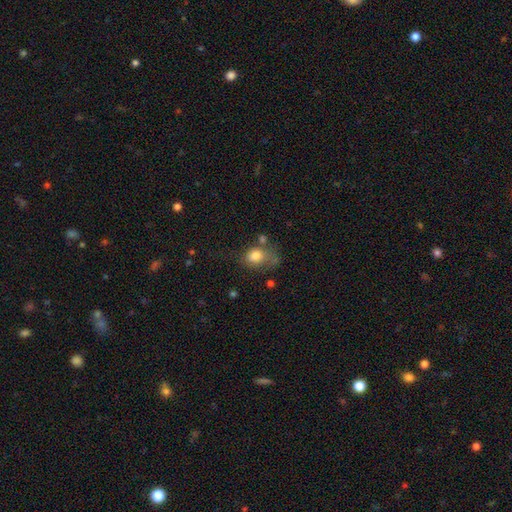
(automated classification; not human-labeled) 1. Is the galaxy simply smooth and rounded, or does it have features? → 80% smooth, 10% featured or disk, 10% star or artifact.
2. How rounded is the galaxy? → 55% in between, 44% round, 1% cigar-shaped.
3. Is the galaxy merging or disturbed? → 44% none, 27% minor disturbance, 17% major disturbance, 13% merger.